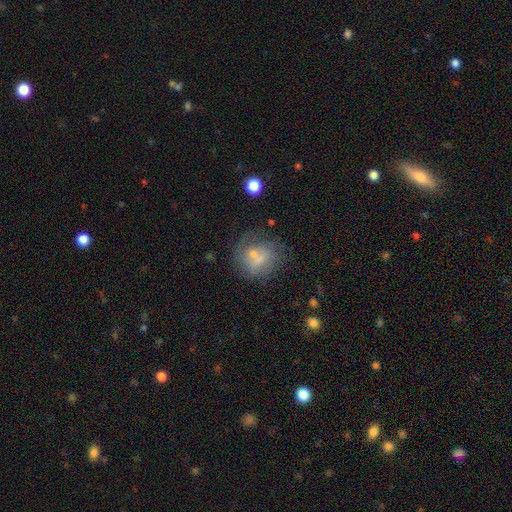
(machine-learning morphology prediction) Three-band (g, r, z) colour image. It shows a smooth galaxy with no disk features (54%) that is round (68%). Merging: none (46%).